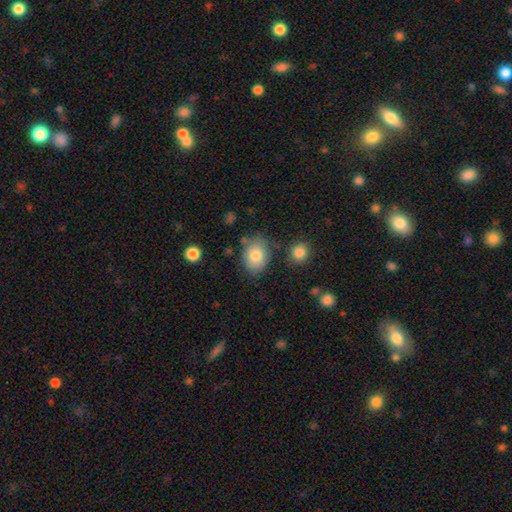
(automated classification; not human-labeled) Smooth or featured?
  - smooth: 80% *
  - featured or disk: 12%
  - star or artifact: 8%
How rounded?
  - in between: 62% *
  - round: 37%
  - cigar-shaped: 1%
Merging?
  - none: 73% *
  - minor disturbance: 17%
  - merger: 6%
  - major disturbance: 4%